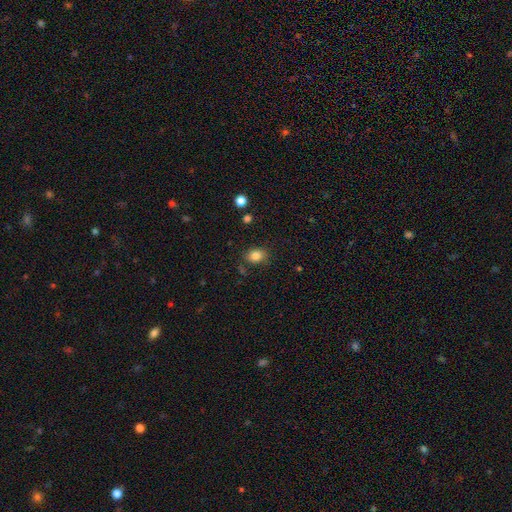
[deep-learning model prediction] Smooth or featured?
  - smooth: 83% *
  - star or artifact: 11%
  - featured or disk: 7%
How rounded?
  - in between: 60% *
  - round: 39%
  - cigar-shaped: 1%
Merging?
  - none: 81% *
  - minor disturbance: 13%
  - major disturbance: 3%
  - merger: 3%